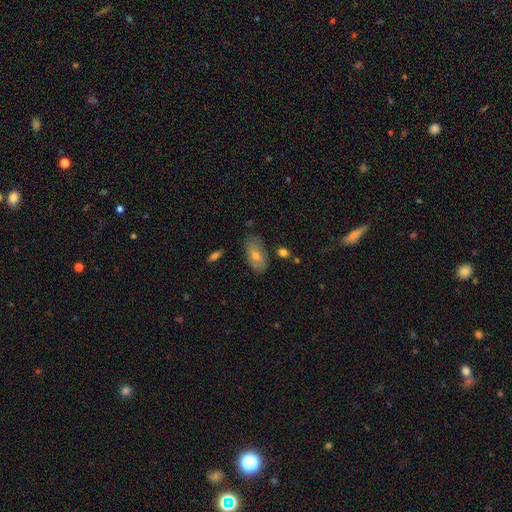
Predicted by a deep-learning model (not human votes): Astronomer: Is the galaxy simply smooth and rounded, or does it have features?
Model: smooth — 57%.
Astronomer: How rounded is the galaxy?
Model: in between — 91%.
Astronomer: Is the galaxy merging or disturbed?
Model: none — 78%.